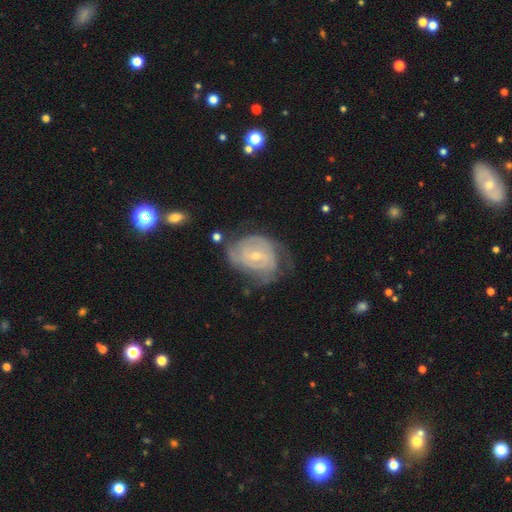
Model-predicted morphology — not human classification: Q: Smooth or featured?
A: featured or disk (83%); runner-up: smooth (11%)
Q: Edge-on disk?
A: no (97%); runner-up: yes (3%)
Q: Bar?
A: no (50%); runner-up: weak (41%)
Q: Spiral arms?
A: yes (92%); runner-up: no (8%)
Q: Spiral winding?
A: tight (66%); runner-up: medium (27%)
Q: Spiral arm count?
A: can't tell (39%); runner-up: 2 (28%)
Q: Bulge size?
A: small (64%); runner-up: moderate (33%)
Q: Merging?
A: none (53%); runner-up: minor disturbance (27%)